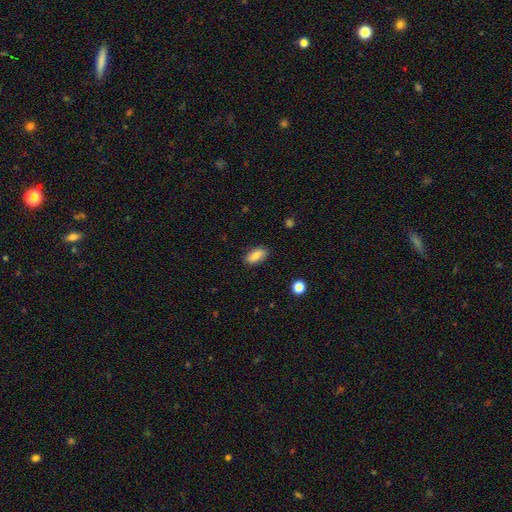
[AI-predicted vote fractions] Morphology: type=smooth (82%); roundness=in between (89%); merging=none (85%).